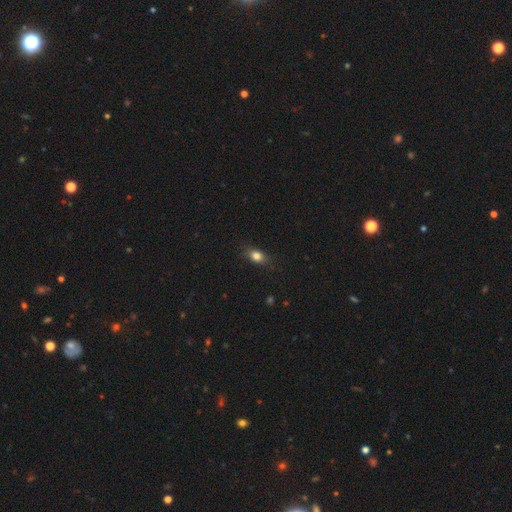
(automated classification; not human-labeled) Morphology: type=smooth (81%); roundness=in between (70%); merging=none (80%).